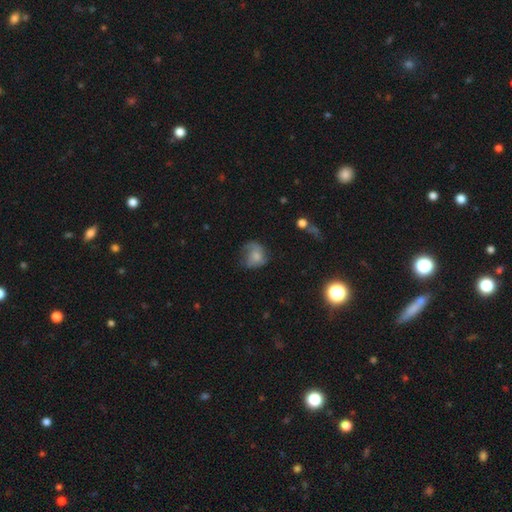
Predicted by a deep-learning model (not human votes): Smooth or featured? smooth (59%)
How rounded? round (62%)
Merging? none (39%)